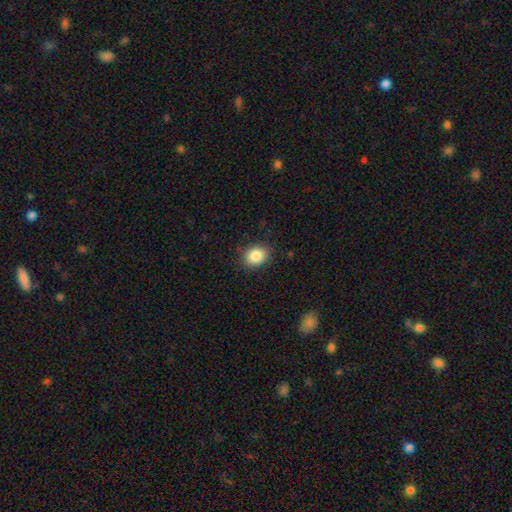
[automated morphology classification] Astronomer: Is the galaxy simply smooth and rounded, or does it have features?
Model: smooth — 86%.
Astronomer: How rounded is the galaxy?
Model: round — 54% (runner-up: in between, 45%).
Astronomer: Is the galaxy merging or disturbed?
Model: none — 86%.